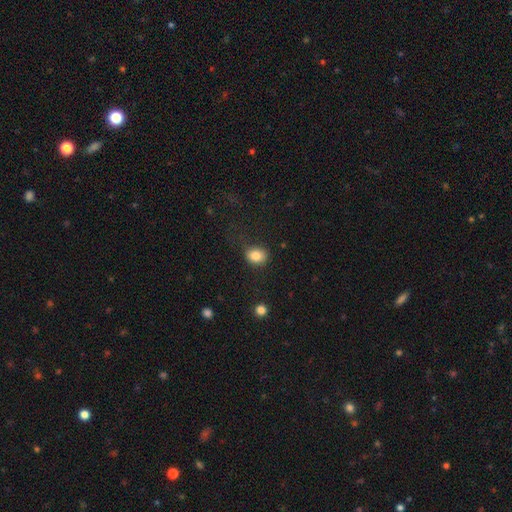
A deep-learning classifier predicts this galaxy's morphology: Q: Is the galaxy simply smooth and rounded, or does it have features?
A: smooth — 83%.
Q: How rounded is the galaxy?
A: round — 55%.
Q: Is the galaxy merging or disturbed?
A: none — 72%.